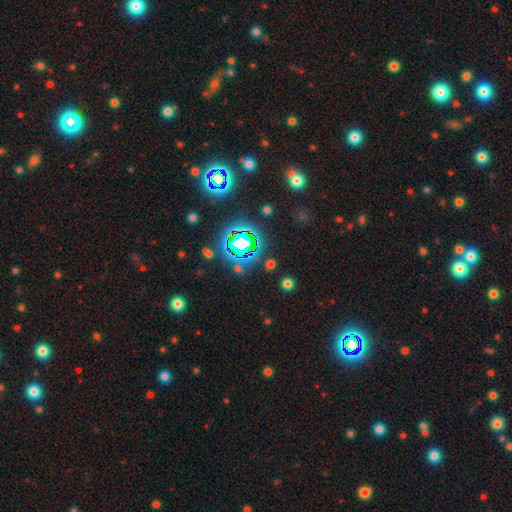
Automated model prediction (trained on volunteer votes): This is likely a star or artifact rather than a galaxy (76%).